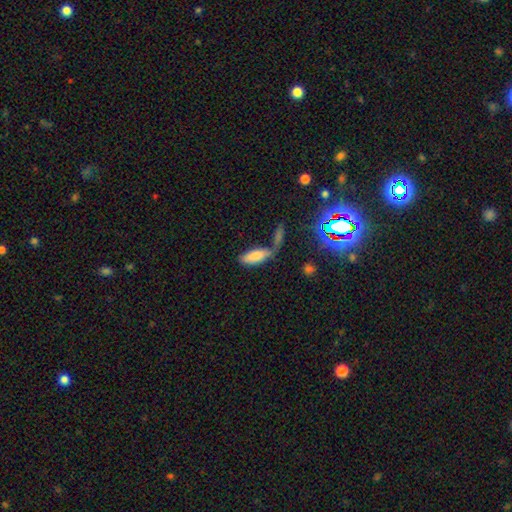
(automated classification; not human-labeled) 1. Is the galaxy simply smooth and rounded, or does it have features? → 81% smooth, 10% featured or disk, 9% star or artifact.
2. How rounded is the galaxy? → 76% in between, 22% cigar-shaped, 2% round.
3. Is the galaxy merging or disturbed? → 40% none, 33% merger, 17% minor disturbance, 9% major disturbance.